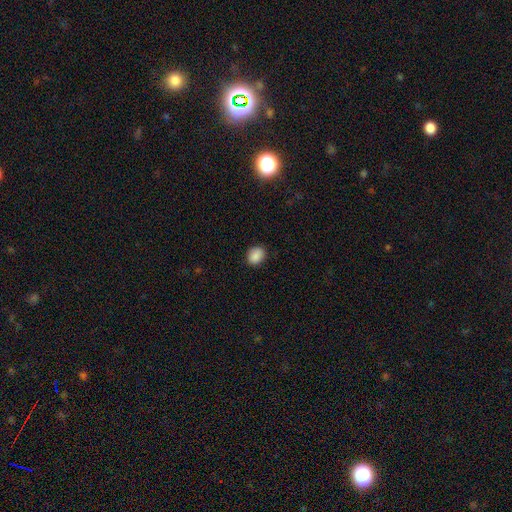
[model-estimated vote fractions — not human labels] Smooth or featured: smooth — 88% (star or artifact — 9%)
How rounded: round — 52% (in between — 47%)
Merging: none — 86% (minor disturbance — 10%)